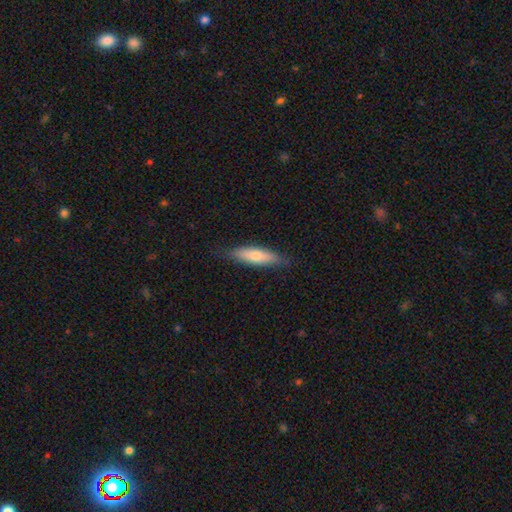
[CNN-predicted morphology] smooth 68%, featured or disk 27%, star or artifact 6%. Down the decision tree: how rounded — cigar-shaped (57%); merging — none (80%).